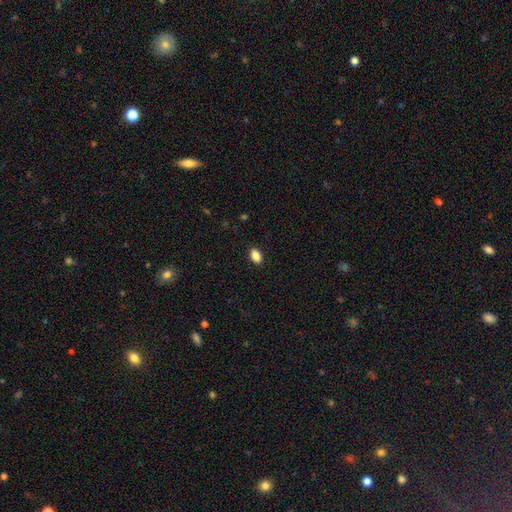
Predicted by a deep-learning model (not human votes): Q: Smooth or featured?
A: smooth (87%); runner-up: star or artifact (9%)
Q: How rounded?
A: in between (89%); runner-up: round (9%)
Q: Merging?
A: none (89%); runner-up: minor disturbance (8%)